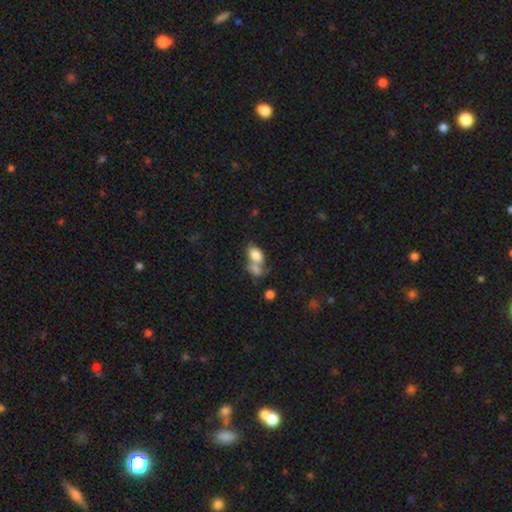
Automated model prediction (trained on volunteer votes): This is likely a smooth galaxy (79%). How rounded: clearly in between (84%). Merging: possibly merger (55%).